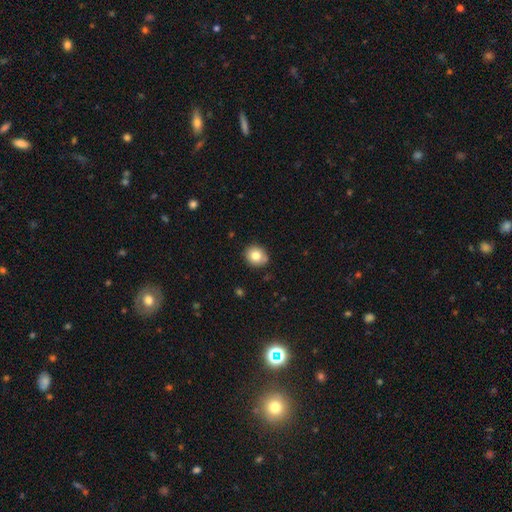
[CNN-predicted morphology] A smooth galaxy with no disk features (80%) that is round (77%).

Vote fractions:
- Smooth or featured? smooth: 80% / featured or disk: 10% / star or artifact: 10%
- How rounded? round: 77% / in between: 22% / cigar-shaped: 1%
- Merging? none: 85% / minor disturbance: 11% / major disturbance: 2% / merger: 2%